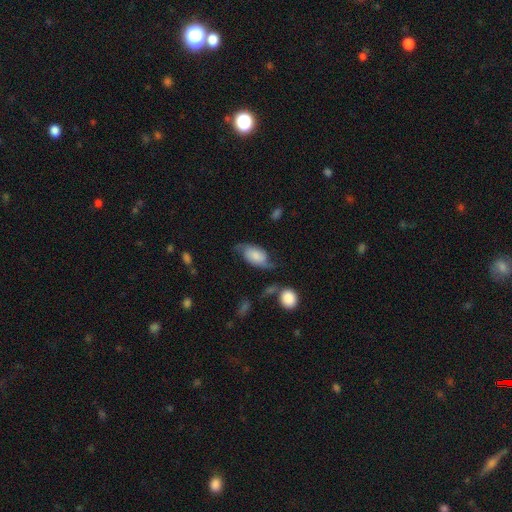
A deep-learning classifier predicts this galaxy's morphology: smooth_or_featured: smooth (p=0.50) [alt: featured or disk p=0.43]
merging: none (p=0.48) [alt: minor disturbance p=0.29]